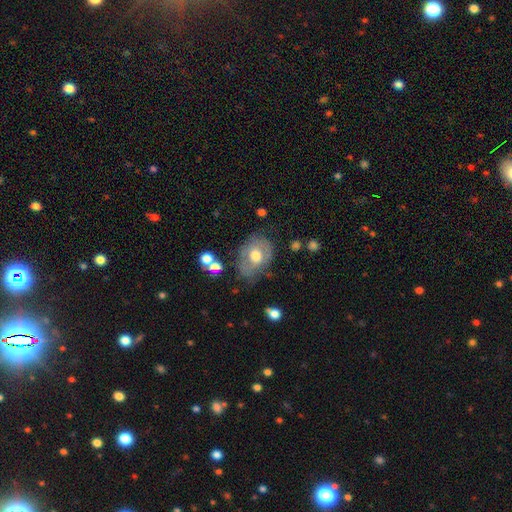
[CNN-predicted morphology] type=smooth (50%); roundness=in between (64%); merging=none (59%).